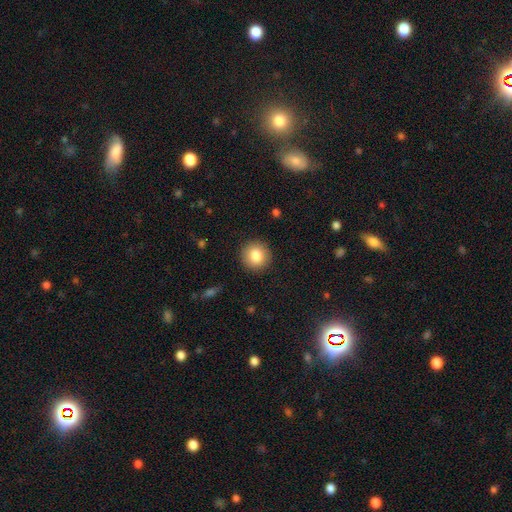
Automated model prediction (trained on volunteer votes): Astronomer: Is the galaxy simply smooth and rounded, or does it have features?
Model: smooth — 83%.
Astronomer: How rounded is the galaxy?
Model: round — 93%.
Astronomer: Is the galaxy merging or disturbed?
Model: none — 91%.